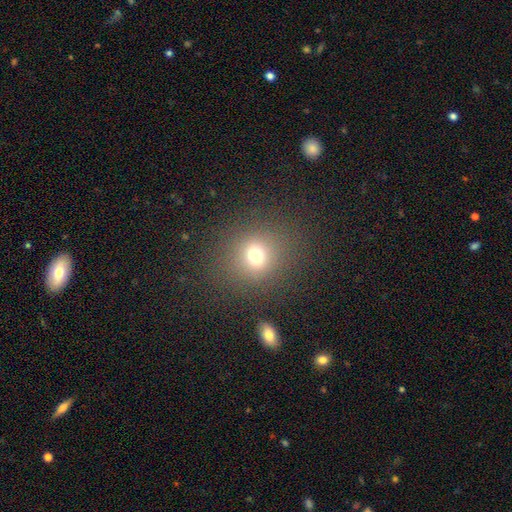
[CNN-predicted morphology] This is likely a smooth galaxy (71%). How rounded: clearly round (82%). Merging: clearly none (84%).